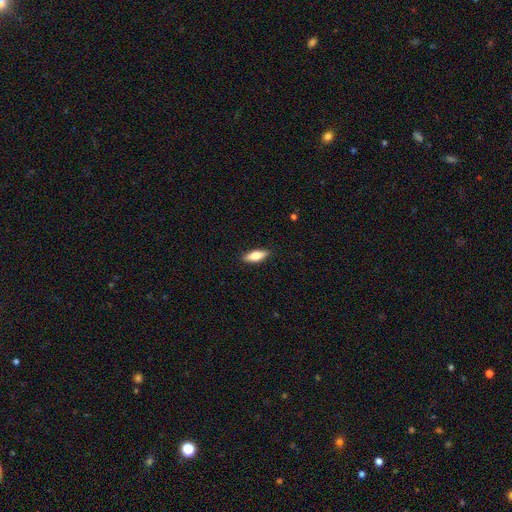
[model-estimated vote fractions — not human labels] Smooth or featured?
  - smooth: 73% *
  - featured or disk: 21%
  - star or artifact: 6%
How rounded?
  - in between: 64% *
  - cigar-shaped: 33%
  - round: 2%
Merging?
  - none: 89% *
  - minor disturbance: 8%
  - major disturbance: 2%
  - merger: 1%